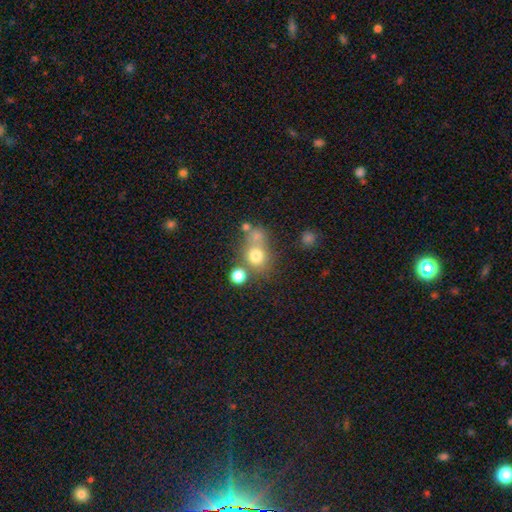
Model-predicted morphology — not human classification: smooth_or_featured: smooth (p=0.71) [alt: star or artifact p=0.16]
how_rounded: round (p=0.76) [alt: in between p=0.22]
merging: none (p=0.51) [alt: merger p=0.31]